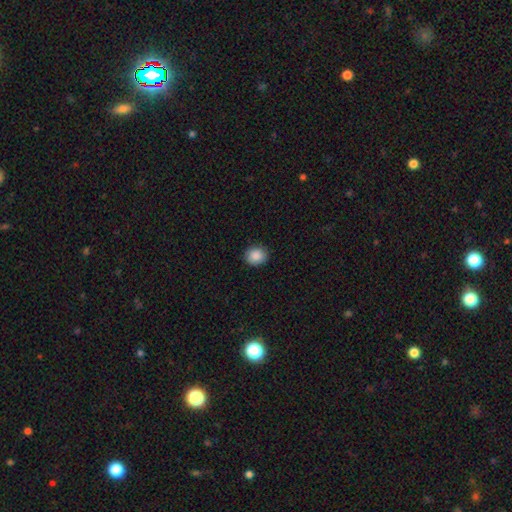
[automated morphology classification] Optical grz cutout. It shows a smooth galaxy with no disk features (89%) that is round (72%). Merging: none (90%).